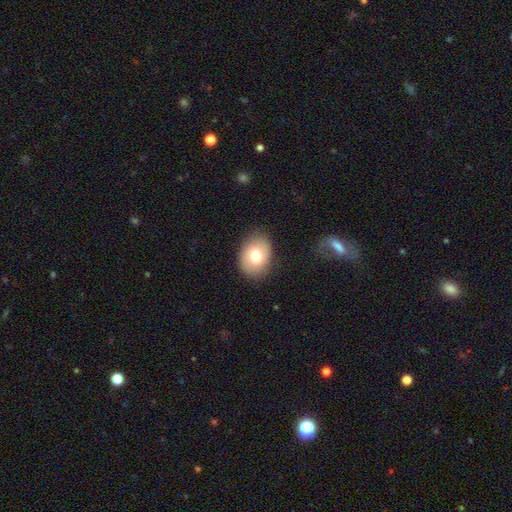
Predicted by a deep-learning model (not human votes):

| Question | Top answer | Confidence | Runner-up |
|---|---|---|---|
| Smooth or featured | smooth | 75% | featured or disk (17%) |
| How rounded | in between | 70% | round (29%) |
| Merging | none | 85% | minor disturbance (11%) |